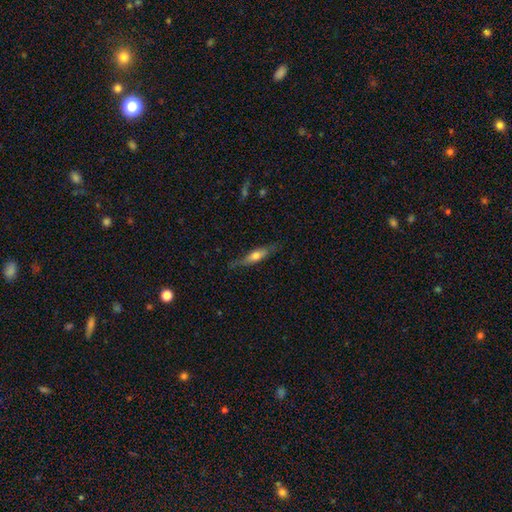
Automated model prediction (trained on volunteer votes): Q: Smooth or featured?
A: smooth (54%); runner-up: featured or disk (40%)
Q: How rounded?
A: cigar-shaped (64%); runner-up: in between (33%)
Q: Merging?
A: none (71%); runner-up: minor disturbance (22%)